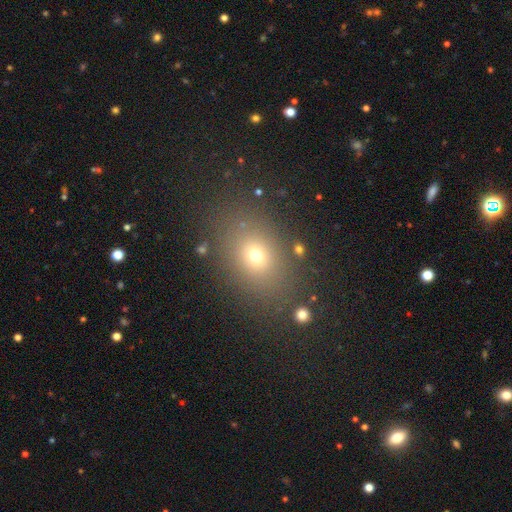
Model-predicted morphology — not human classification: Smooth or featured: smooth — 68% (star or artifact — 20%)
How rounded: in between — 58% (round — 40%)
Merging: none — 82% (minor disturbance — 10%)